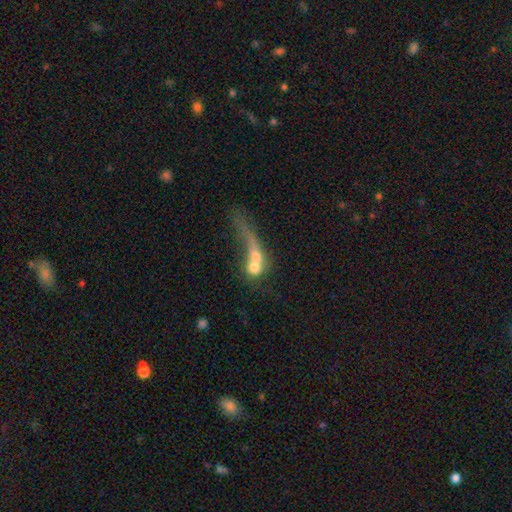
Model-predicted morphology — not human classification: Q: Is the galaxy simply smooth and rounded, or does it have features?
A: smooth — 55%.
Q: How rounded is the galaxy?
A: round — 39%.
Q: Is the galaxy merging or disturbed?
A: merger — 58%.